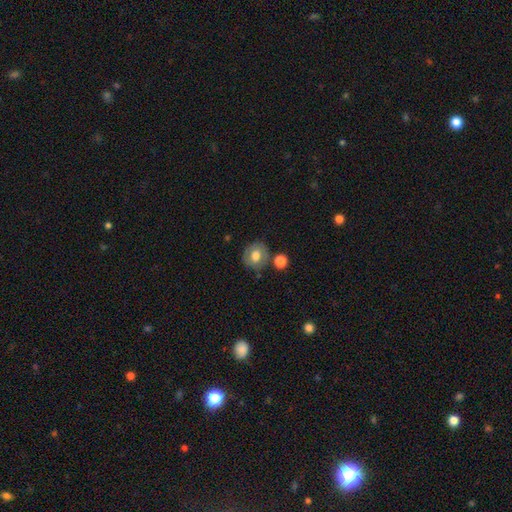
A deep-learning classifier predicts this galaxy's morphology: Smooth or featured? smooth (62%)
How rounded? round (74%)
Merging? none (70%)